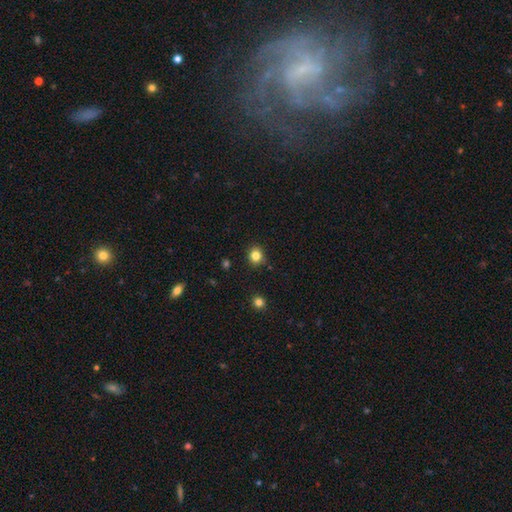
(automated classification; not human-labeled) smooth-or-featured: smooth: 83% | star or artifact: 12% | featured or disk: 5%
  how-rounded: round: 82% | in between: 17% | cigar-shaped: 1%
  merging: none: 89% | minor disturbance: 7% | major disturbance: 2% | merger: 2%